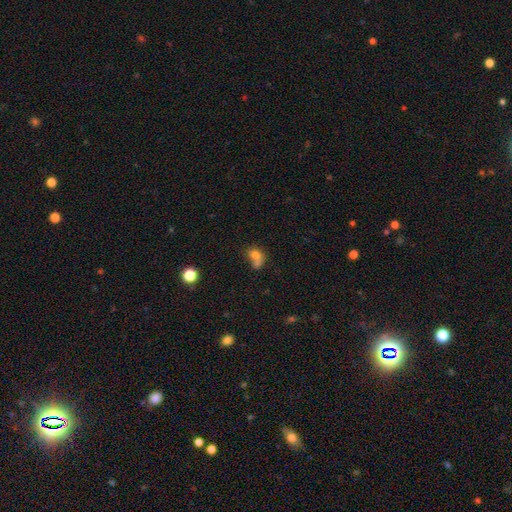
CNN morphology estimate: smooth-or-featured: smooth: 74% | featured or disk: 14% | star or artifact: 12%
  how-rounded: round: 50% | in between: 48% | cigar-shaped: 1%
  merging: merger: 51% | none: 28% | minor disturbance: 12% | major disturbance: 9%